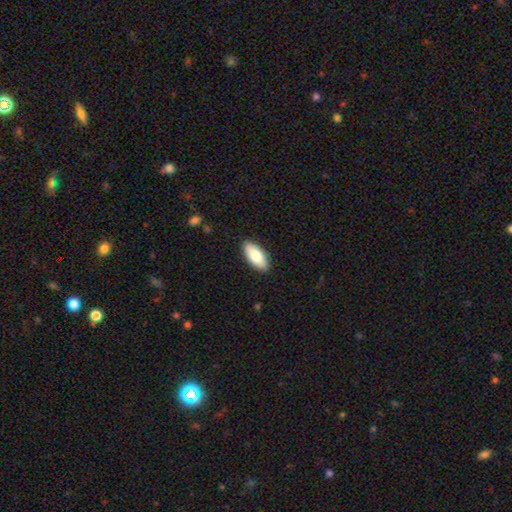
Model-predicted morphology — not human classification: type=smooth (78%); roundness=in between (87%); merging=none (89%).